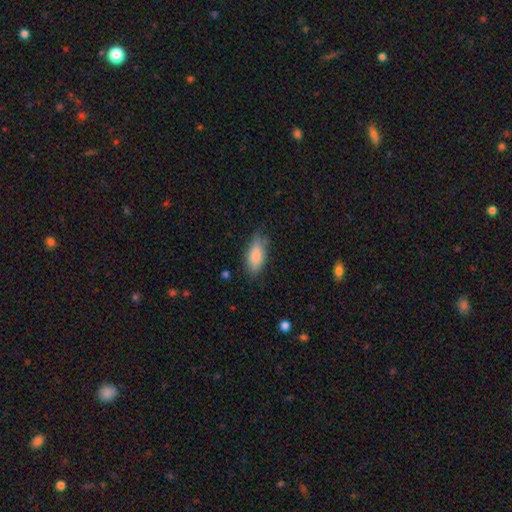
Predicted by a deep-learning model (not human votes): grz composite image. It shows a smooth galaxy with no disk features (78%) that is in between round and cigar-shaped (77%). Merging: none (71%).